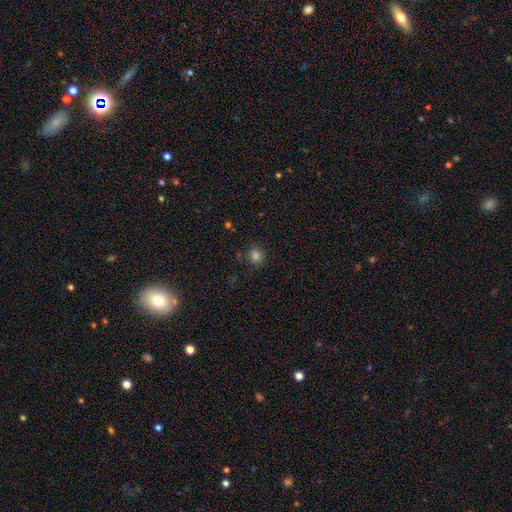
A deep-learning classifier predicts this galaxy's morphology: smooth 80%, star or artifact 15%, featured or disk 4%. Down the decision tree: how rounded — round (83%); merging — none (84%).